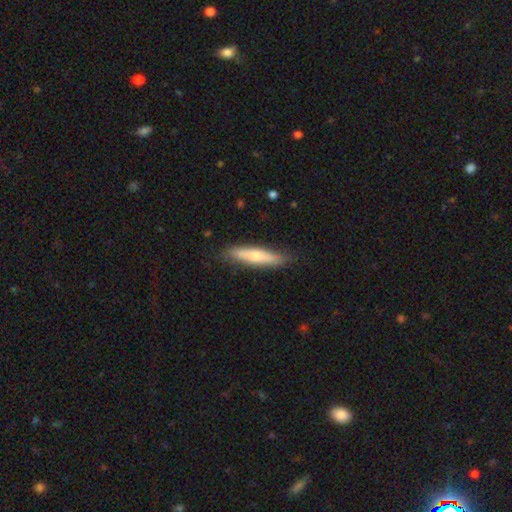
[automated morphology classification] type=smooth (60%); roundness=cigar-shaped (82%); merging=none (83%).